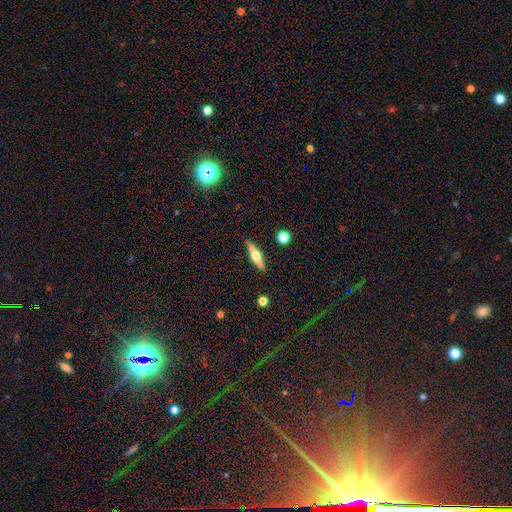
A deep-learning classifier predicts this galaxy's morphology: The model was most divided on "smooth or featured": featured or disk: 58%, smooth: 35%, star or artifact: 7%. More confident: edge-on disk — yes (95%); edge-on bulge — rounded (93%); merging — none (89%).